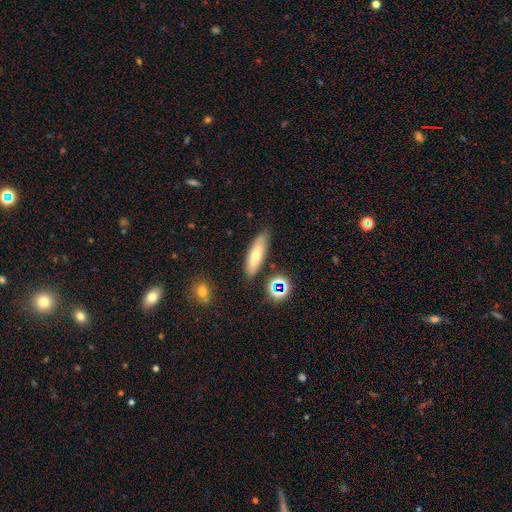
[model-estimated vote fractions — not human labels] Smooth or featured: smooth — 61% (featured or disk — 28%)
How rounded: cigar-shaped — 58% (in between — 39%)
Merging: none — 81% (minor disturbance — 13%)